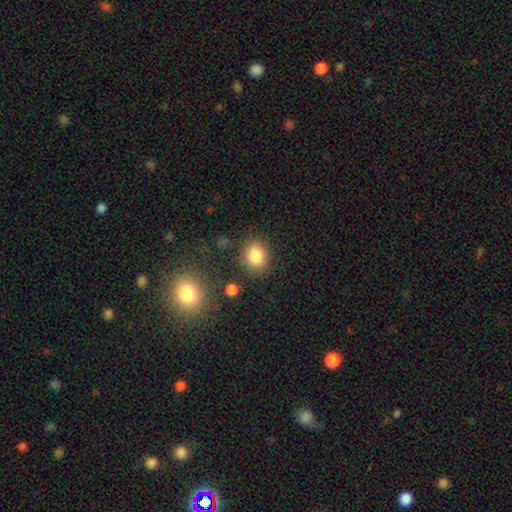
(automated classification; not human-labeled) A smooth galaxy with no disk features (84%) that is round (57%). Merging: none (82%).